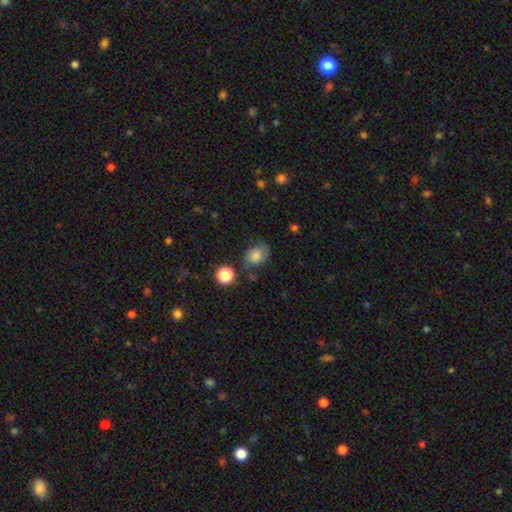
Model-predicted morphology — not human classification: A smooth galaxy with no disk features (71%) that is in between round and cigar-shaped (59%).

Vote fractions:
- Smooth or featured? smooth: 71% / featured or disk: 17% / star or artifact: 12%
- How rounded? in between: 59% / round: 40% / cigar-shaped: 1%
- Merging? none: 61% / minor disturbance: 25% / major disturbance: 9% / merger: 5%